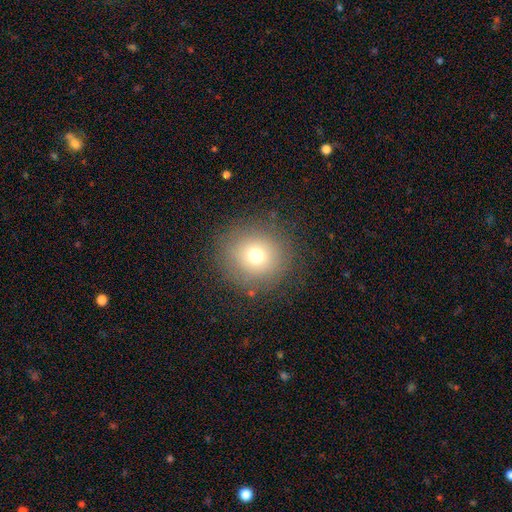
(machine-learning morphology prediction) A smooth galaxy with no disk features (71%) that is round (92%).

Vote fractions:
- Smooth or featured? smooth: 71% / star or artifact: 16% / featured or disk: 13%
- How rounded? round: 92% / in between: 7% / cigar-shaped: 1%
- Merging? none: 86% / minor disturbance: 8% / major disturbance: 5% / merger: 1%